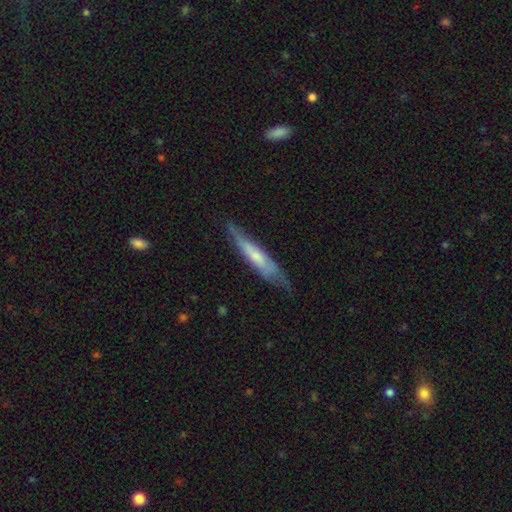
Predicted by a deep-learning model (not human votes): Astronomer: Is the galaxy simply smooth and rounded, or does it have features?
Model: featured or disk — 49% (runner-up: smooth, 46%).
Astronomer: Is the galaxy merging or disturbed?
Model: none — 64%.